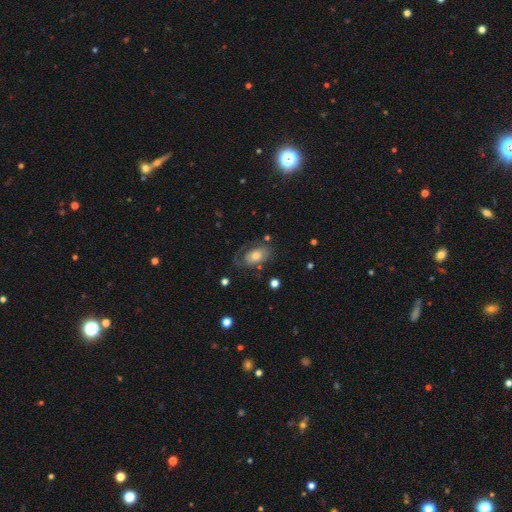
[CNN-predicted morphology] smooth_or_featured: featured or disk (p=0.47) [alt: smooth p=0.44]
merging: none (p=0.56) [alt: minor disturbance p=0.23]